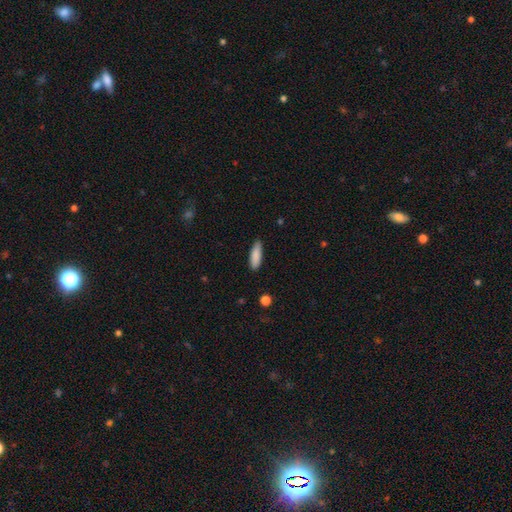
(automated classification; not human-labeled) Morphology: type=smooth (88%); roundness=cigar-shaped (50%); merging=none (86%).